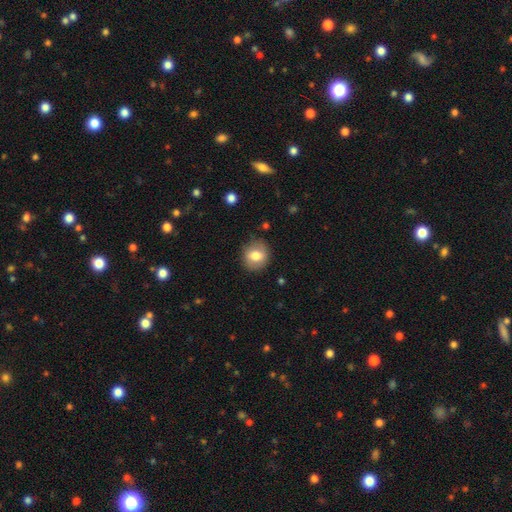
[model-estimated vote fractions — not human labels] Smooth or featured? smooth (75%)
How rounded? round (76%)
Merging? none (84%)